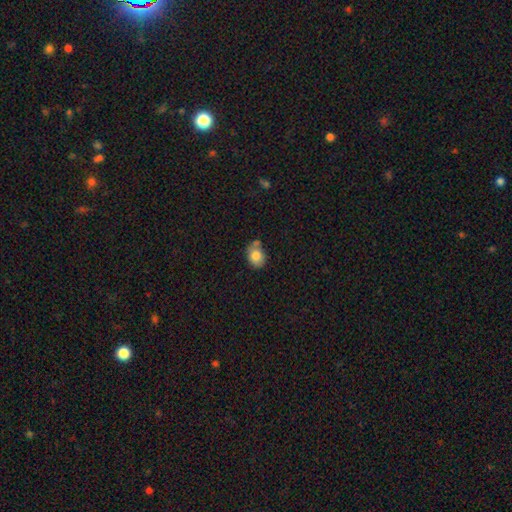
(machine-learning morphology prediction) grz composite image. It shows a smooth galaxy with no disk features (81%) that is in between round and cigar-shaped (57%). Merging: none (55%).